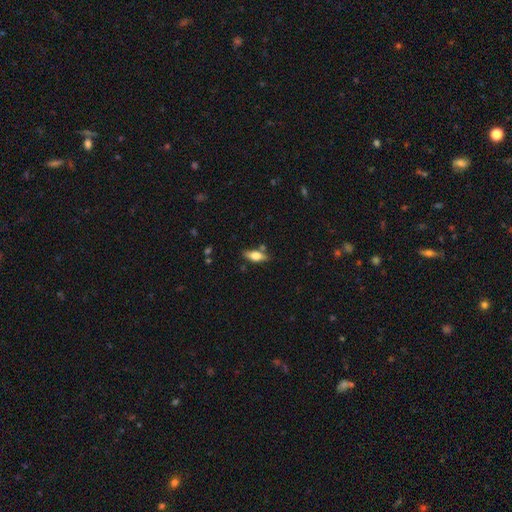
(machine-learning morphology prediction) smooth_or_featured: smooth (p=0.61) [alt: featured or disk p=0.33]
how_rounded: in between (p=0.72) [alt: cigar-shaped p=0.24]
merging: none (p=0.77) [alt: minor disturbance p=0.14]